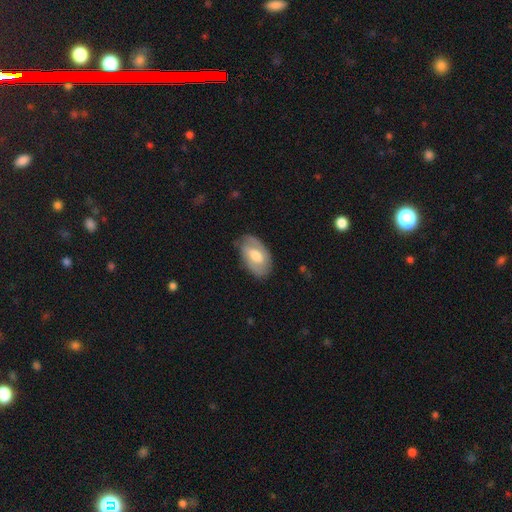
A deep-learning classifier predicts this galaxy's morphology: The model was most divided on "bar": weak: 47%, no: 38%, strong: 15%. More confident: edge-on disk — no (93%); merging — none (75%); spiral arms — yes (68%); bulge size — moderate (63%); smooth or featured — featured or disk (56%).